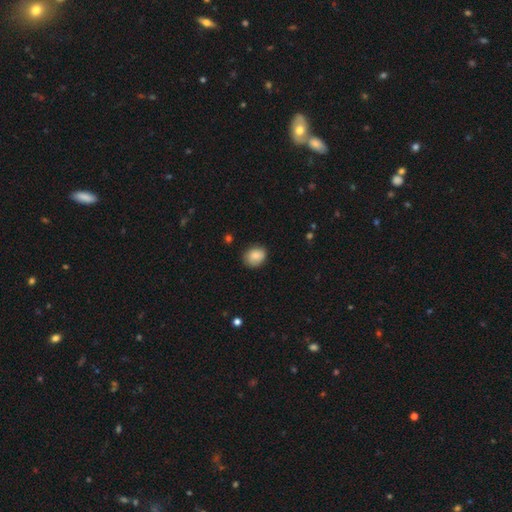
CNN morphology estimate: Smooth or featured? Predicted: smooth (p=0.85). How rounded? Predicted: in between (p=0.50). Merging? Predicted: none (p=0.78).